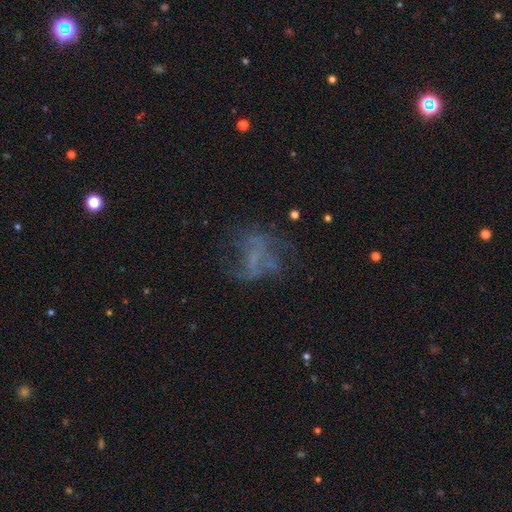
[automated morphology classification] Smooth or featured? featured or disk (54%)
Edge-on disk? no (97%)
Bar? no (71%)
Spiral arms? no (65%)
Bulge size? none (73%)
Merging? none (46%)